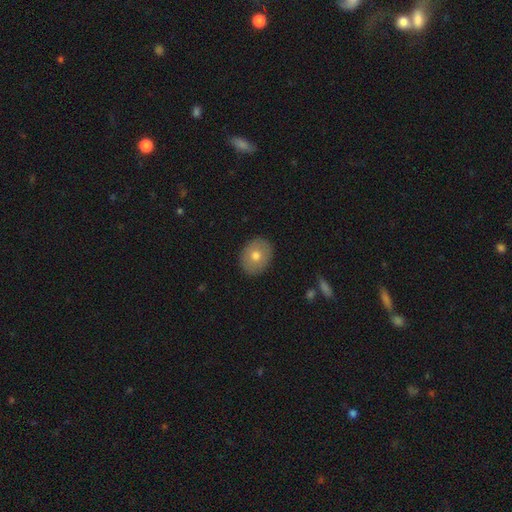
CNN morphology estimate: smooth 70%, featured or disk 22%, star or artifact 7%. Down the decision tree: how rounded — round (51%); merging — none (89%).